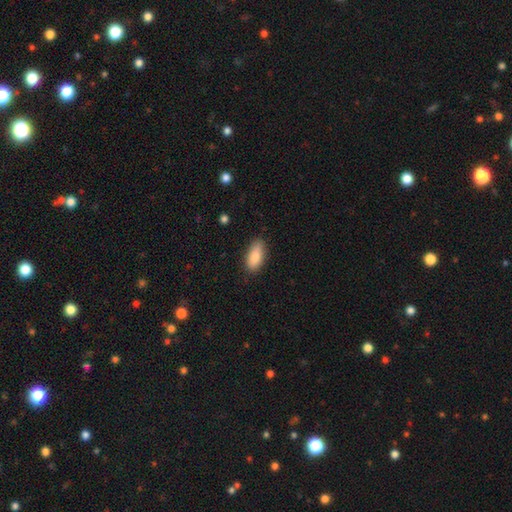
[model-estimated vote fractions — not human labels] Smooth or featured? Predicted: smooth (p=0.86). How rounded? Predicted: in between (p=0.87). Merging? Predicted: none (p=0.82).